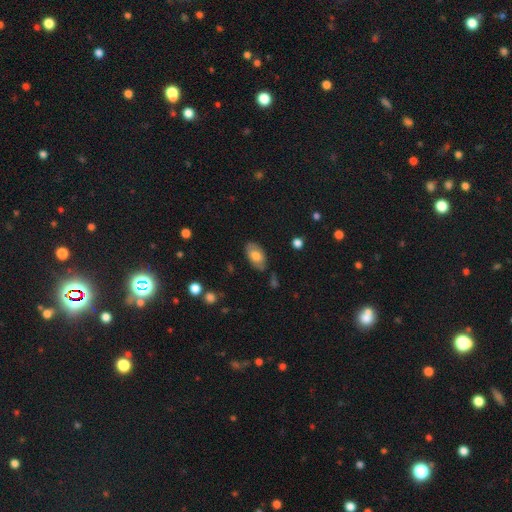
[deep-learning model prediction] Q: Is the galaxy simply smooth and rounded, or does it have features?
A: smooth — 67%.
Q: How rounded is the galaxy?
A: in between — 93%.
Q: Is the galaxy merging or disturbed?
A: none — 74%.